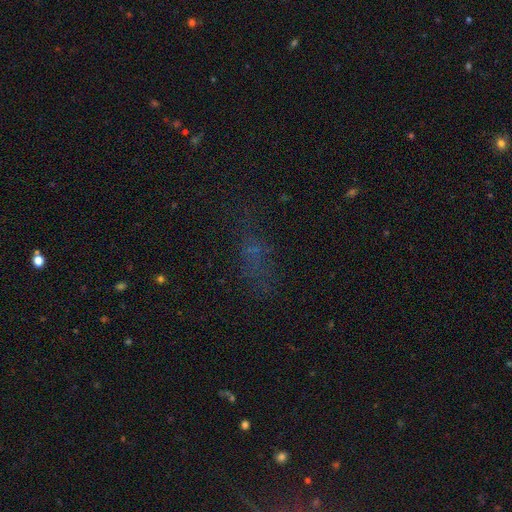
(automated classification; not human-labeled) Q: Smooth or featured?
A: smooth (41%); runner-up: star or artifact (40%)
Q: Merging?
A: none (59%); runner-up: minor disturbance (19%)